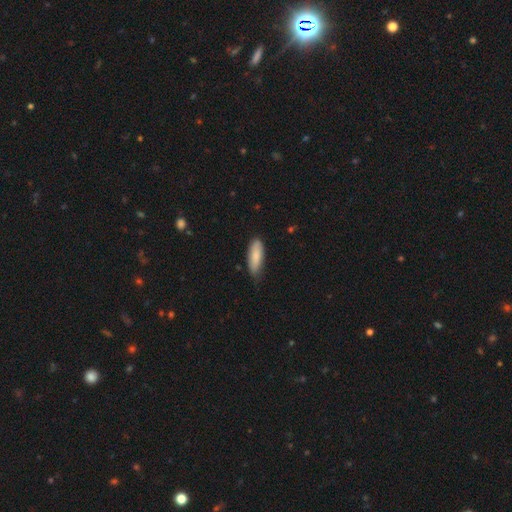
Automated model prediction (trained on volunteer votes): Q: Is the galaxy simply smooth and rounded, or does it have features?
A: smooth — 84%.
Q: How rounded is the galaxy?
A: in between — 67%.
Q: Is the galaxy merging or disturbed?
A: none — 66%.